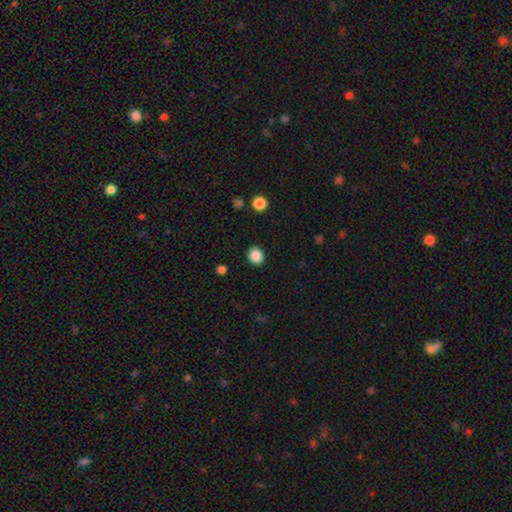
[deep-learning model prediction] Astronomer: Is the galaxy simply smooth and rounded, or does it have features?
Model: smooth — 87%.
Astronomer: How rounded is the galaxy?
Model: round — 83%.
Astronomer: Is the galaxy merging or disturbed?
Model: none — 91%.